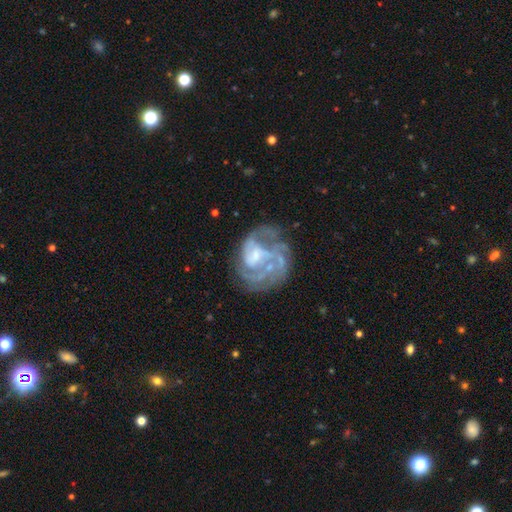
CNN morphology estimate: A featured or disk galaxy (78%) with no bar (55%), tight (44%) spiral arms (77%) and a small central bulge (36%). Merging: none (46%).